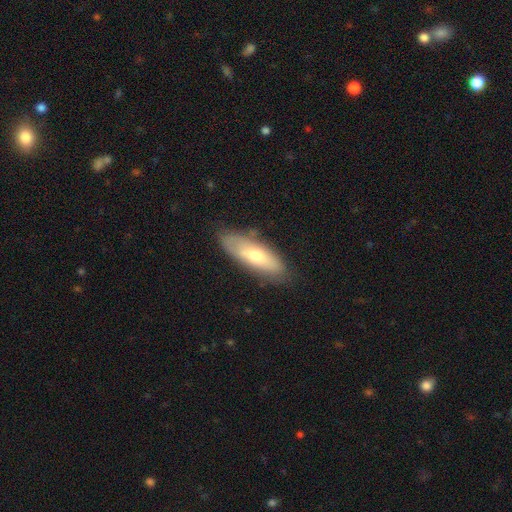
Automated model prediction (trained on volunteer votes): smooth 57%, featured or disk 36%, star or artifact 6%. Down the decision tree: how rounded — in between (65%); merging — none (75%).